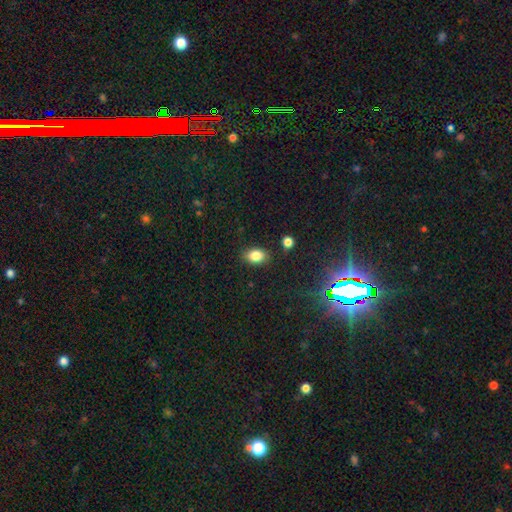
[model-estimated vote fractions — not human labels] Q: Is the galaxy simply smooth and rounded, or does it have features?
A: smooth — 84%.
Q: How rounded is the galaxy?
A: in between — 80%.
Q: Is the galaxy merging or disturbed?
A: none — 83%.